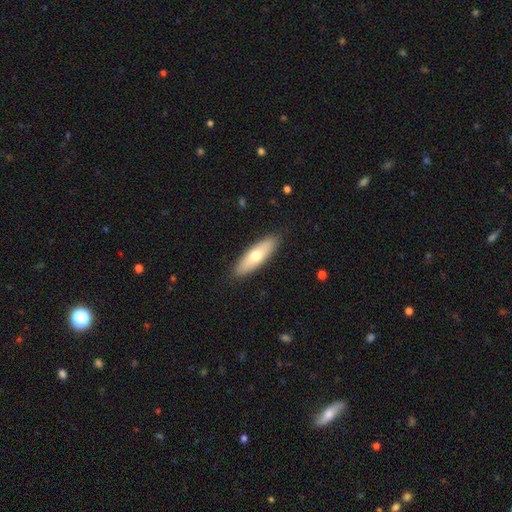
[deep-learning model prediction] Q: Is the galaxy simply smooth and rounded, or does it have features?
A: smooth — 64%.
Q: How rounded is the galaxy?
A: in between — 49%, tied with cigar-shaped.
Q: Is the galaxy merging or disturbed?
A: none — 88%.